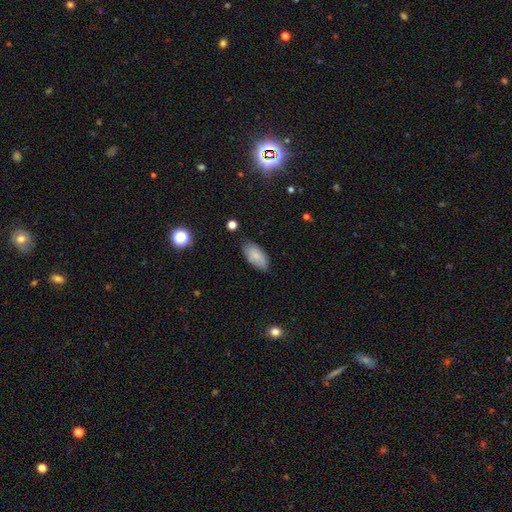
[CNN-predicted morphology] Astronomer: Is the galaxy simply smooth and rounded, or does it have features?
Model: smooth — 80%.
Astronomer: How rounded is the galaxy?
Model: in between — 93%.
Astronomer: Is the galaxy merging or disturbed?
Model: none — 77%.